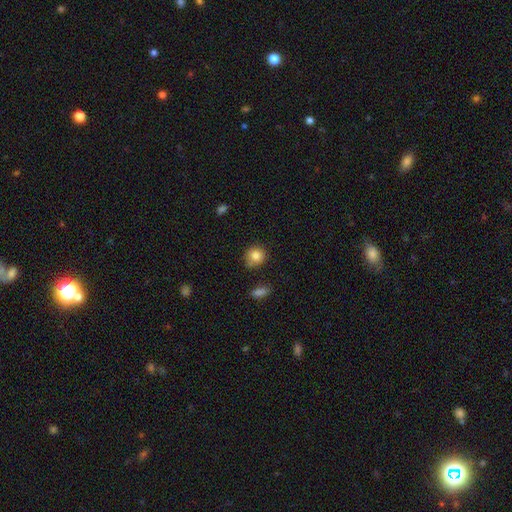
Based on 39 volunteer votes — Q: Smooth or featured?
A: smooth (82%); runner-up: star or artifact (10%)
Q: How rounded?
A: round (97%); runner-up: in between (3%)
Q: Merging?
A: none (74%); runner-up: minor disturbance (23%)